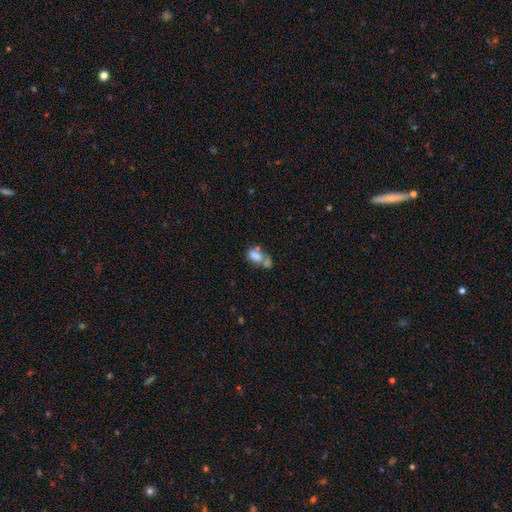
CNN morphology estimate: Smooth or featured?
  - smooth: 73% *
  - featured or disk: 16%
  - star or artifact: 11%
How rounded?
  - in between: 85% *
  - round: 12%
  - cigar-shaped: 3%
Merging?
  - merger: 53% *
  - none: 24%
  - minor disturbance: 13%
  - major disturbance: 10%